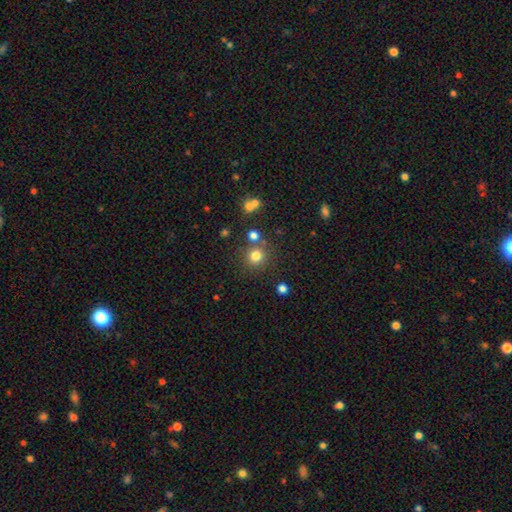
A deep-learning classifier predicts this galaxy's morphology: type=smooth (78%); roundness=round (91%); merging=none (78%).